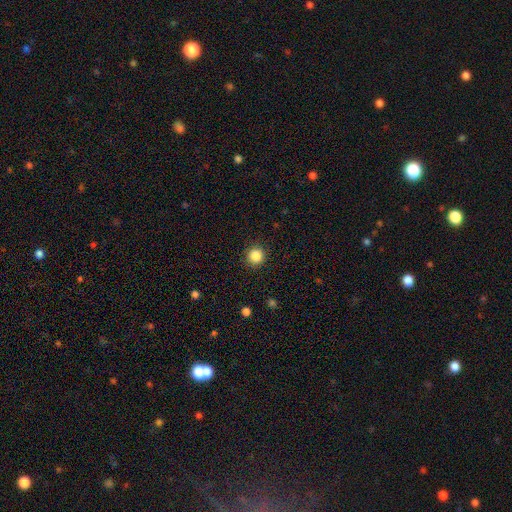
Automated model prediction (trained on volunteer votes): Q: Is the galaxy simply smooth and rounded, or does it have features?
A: smooth — 86%.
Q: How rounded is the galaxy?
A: round — 95%.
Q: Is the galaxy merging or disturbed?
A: none — 91%.